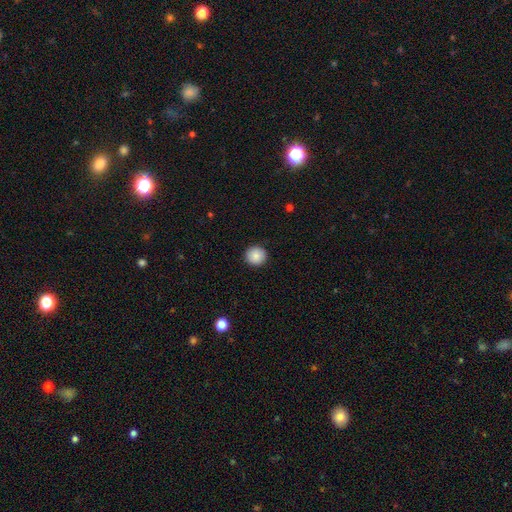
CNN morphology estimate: The model was most divided on "smooth or featured": smooth: 88%, star or artifact: 8%, featured or disk: 4%. More confident: how rounded — round (93%); merging — none (92%).